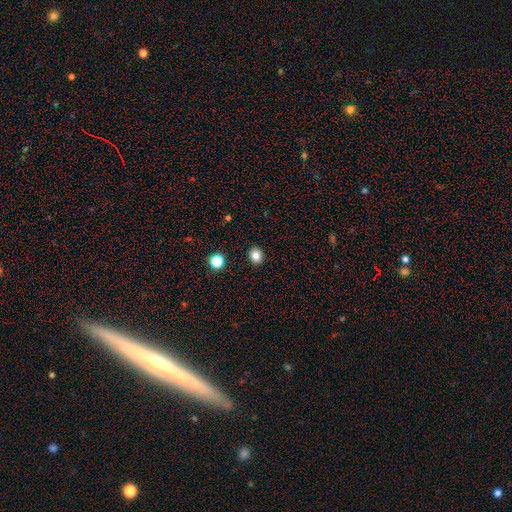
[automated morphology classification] Smooth or featured?
  - smooth: 82% *
  - star or artifact: 12%
  - featured or disk: 6%
How rounded?
  - round: 70% *
  - in between: 29%
  - cigar-shaped: 1%
Merging?
  - none: 91% *
  - minor disturbance: 6%
  - major disturbance: 2%
  - merger: 1%